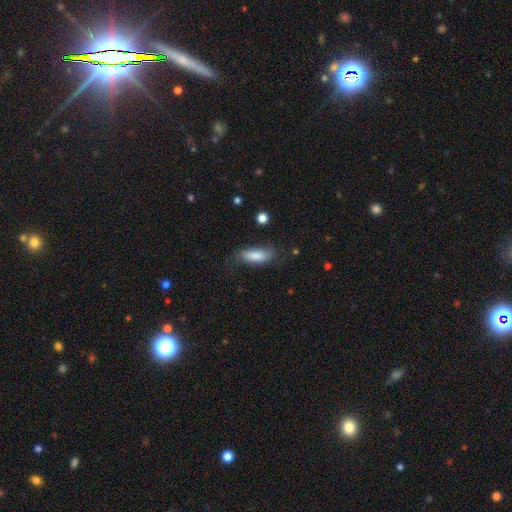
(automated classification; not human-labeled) Morphology: type=smooth (80%); roundness=in between (68%); merging=none (62%).